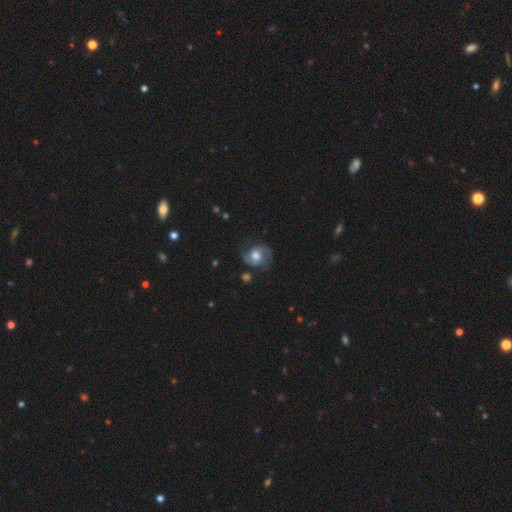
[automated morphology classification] A featured or disk galaxy (77%) with no bar (67%), 2 (89%) medium (53%) spiral arms (93%) and a moderate central bulge (63%). Merging: none (73%).